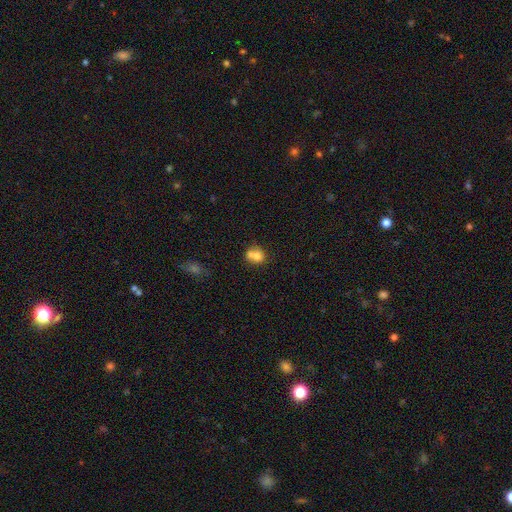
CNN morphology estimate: Smooth or featured? Predicted: smooth (p=0.73). How rounded? Predicted: round (p=0.64). Merging? Predicted: merger (p=0.52).